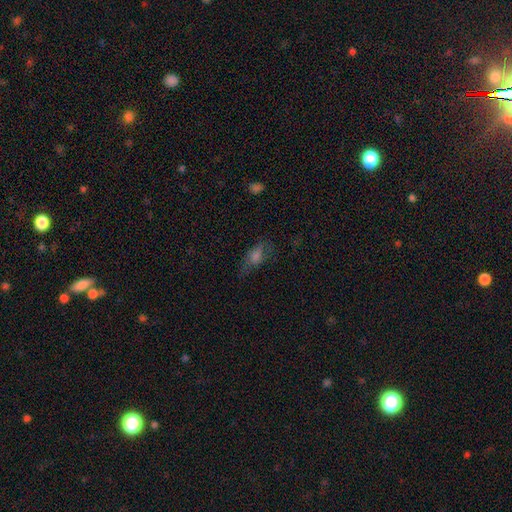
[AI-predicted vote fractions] Overall: smooth (53%; featured or disk 28%). How rounded: in between (72%). Merging: none (57%; minor disturbance 23%).